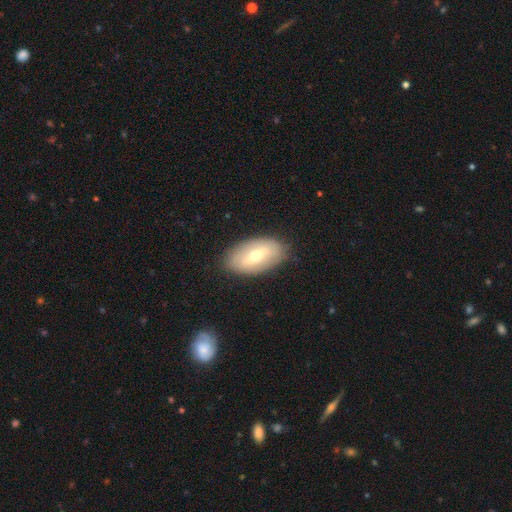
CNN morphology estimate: Smooth or featured?
  - featured or disk: 54% *
  - smooth: 40%
  - star or artifact: 6%
Edge-on disk?
  - no: 85% *
  - yes: 15%
Merging?
  - none: 86% *
  - minor disturbance: 10%
  - major disturbance: 3%
  - merger: 1%